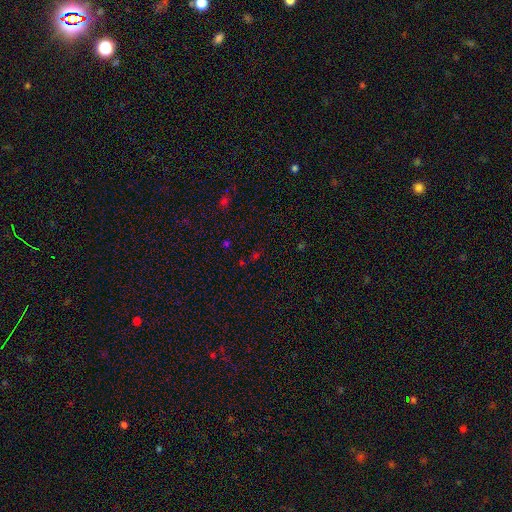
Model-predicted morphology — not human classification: Smooth or featured? star or artifact (57%)